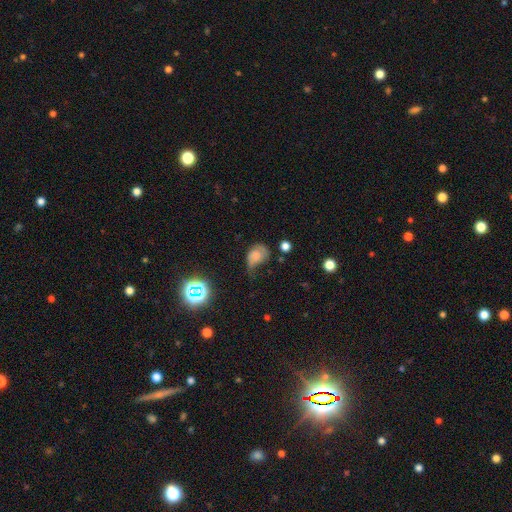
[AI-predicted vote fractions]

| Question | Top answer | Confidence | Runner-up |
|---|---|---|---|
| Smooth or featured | smooth | 55% | featured or disk (29%) |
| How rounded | in between | 60% | round (39%) |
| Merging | major disturbance | 36% | tied: minor disturbance (36%) |